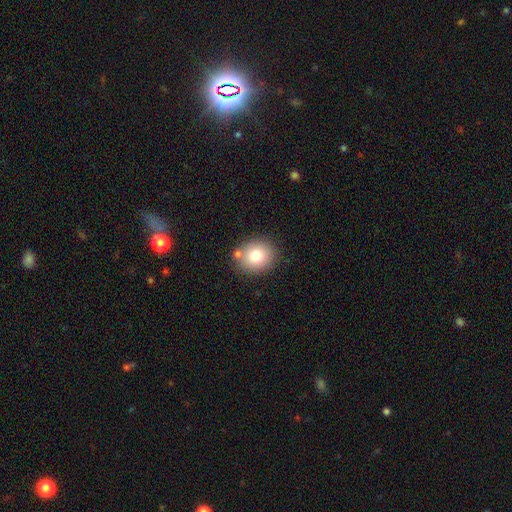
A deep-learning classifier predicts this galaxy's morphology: The model was most divided on "how rounded": round: 70%, in between: 29%, cigar-shaped: 1%. More confident: smooth or featured — smooth (78%); merging — none (78%).